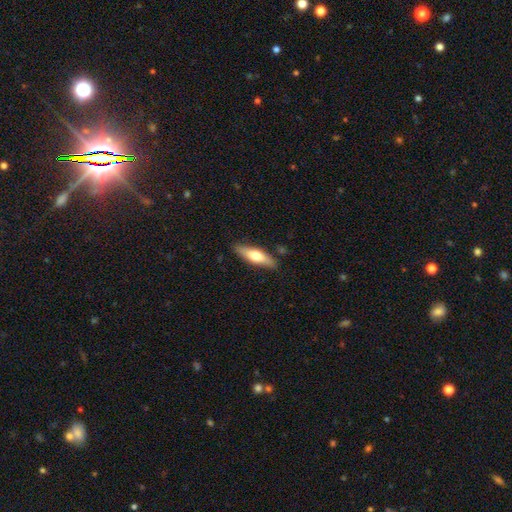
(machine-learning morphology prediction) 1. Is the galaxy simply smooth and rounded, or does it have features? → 59% smooth, 35% featured or disk, 5% star or artifact.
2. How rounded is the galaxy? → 56% cigar-shaped, 42% in between, 2% round.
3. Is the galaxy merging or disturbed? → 85% none, 11% minor disturbance, 2% major disturbance, 2% merger.